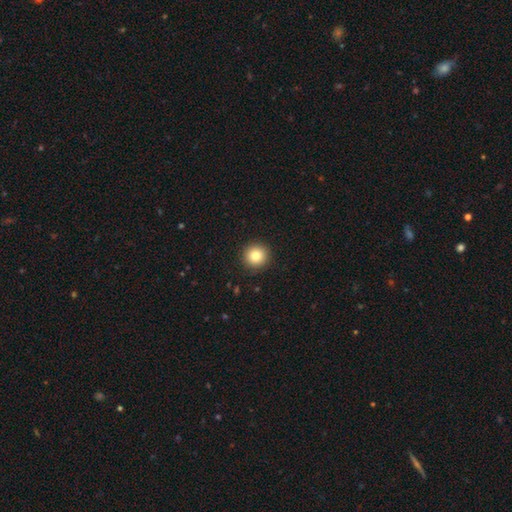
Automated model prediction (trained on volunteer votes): The model was most divided on "smooth or featured": smooth: 83%, star or artifact: 10%, featured or disk: 7%. More confident: how rounded — round (95%); merging — none (91%).